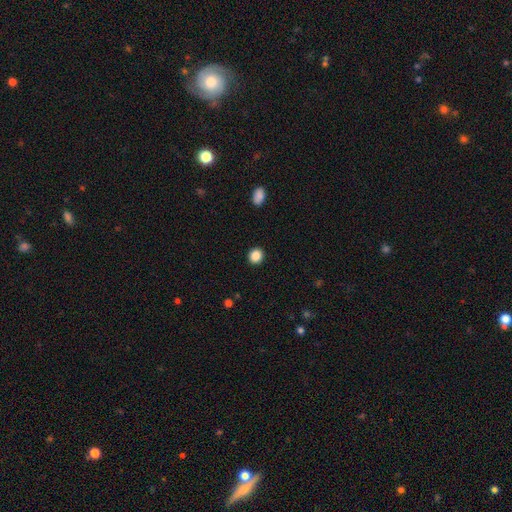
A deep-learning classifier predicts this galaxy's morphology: smooth_or_featured: smooth (p=0.88) [alt: star or artifact p=0.09]
how_rounded: round (p=0.84) [alt: in between p=0.15]
merging: none (p=0.92) [alt: minor disturbance p=0.05]